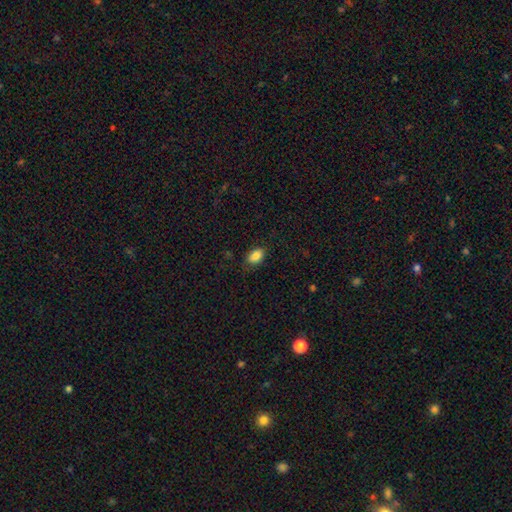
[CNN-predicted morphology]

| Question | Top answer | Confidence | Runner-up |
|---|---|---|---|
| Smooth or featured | smooth | 86% | star or artifact (8%) |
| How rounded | in between | 87% | round (11%) |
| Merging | none | 81% | minor disturbance (14%) |